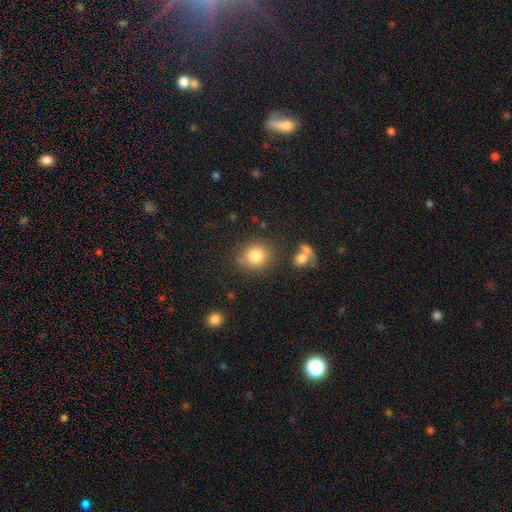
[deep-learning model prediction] The model was most divided on "merging": none: 76%, minor disturbance: 13%, merger: 6%, major disturbance: 4%. More confident: smooth or featured — smooth (83%); how rounded — round (82%).